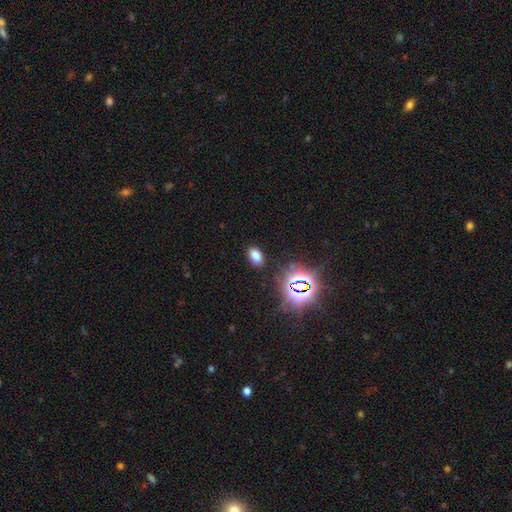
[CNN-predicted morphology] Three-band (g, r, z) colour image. It shows a smooth galaxy with no disk features (70%) that is in between round and cigar-shaped (88%). Merging: none (86%).